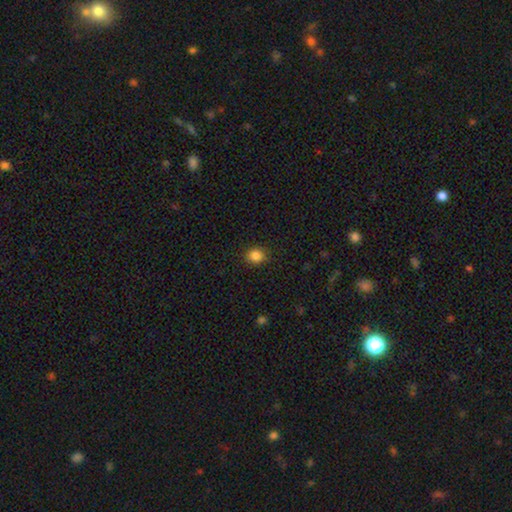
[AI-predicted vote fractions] Overall: smooth (86%). How rounded: round (74%). Merging: none (89%).